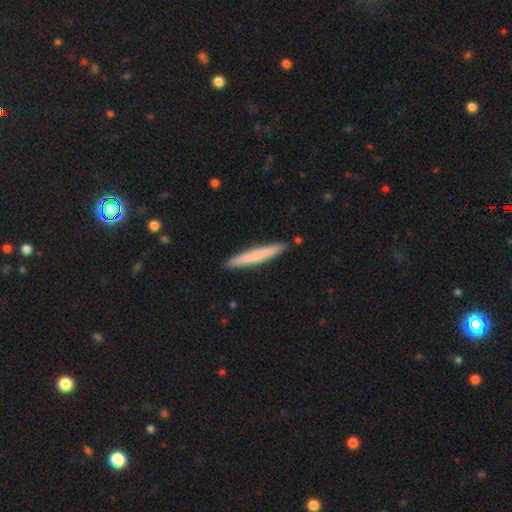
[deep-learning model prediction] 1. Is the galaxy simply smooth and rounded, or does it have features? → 69% smooth, 26% featured or disk, 5% star or artifact.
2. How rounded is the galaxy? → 96% cigar-shaped, 3% in between, 1% round.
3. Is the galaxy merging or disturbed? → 91% none, 7% minor disturbance, 1% merger, 1% major disturbance.